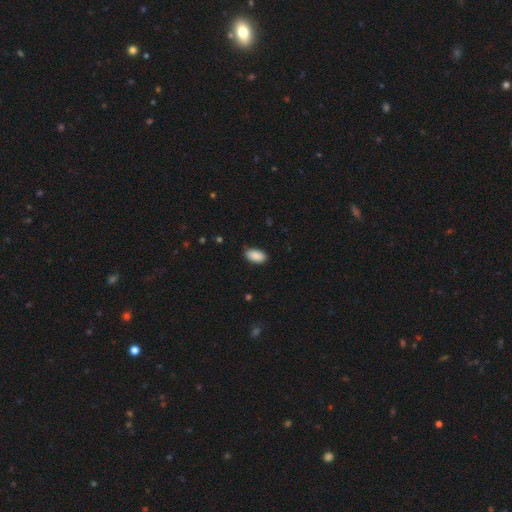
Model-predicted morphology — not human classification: This is clearly a smooth galaxy (90%). How rounded: clearly in between (94%). Merging: clearly none (84%).